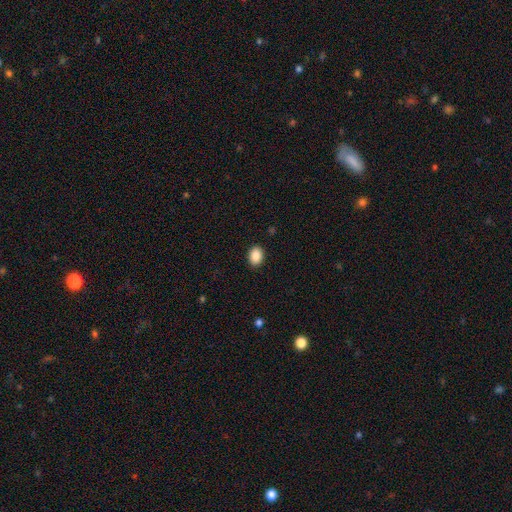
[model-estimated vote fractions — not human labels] A smooth galaxy with no disk features (88%) that is in between round and cigar-shaped (72%).

Vote fractions:
- Smooth or featured? smooth: 88% / star or artifact: 8% / featured or disk: 4%
- How rounded? in between: 72% / round: 27% / cigar-shaped: 1%
- Merging? none: 90% / minor disturbance: 7% / major disturbance: 2% / merger: 1%